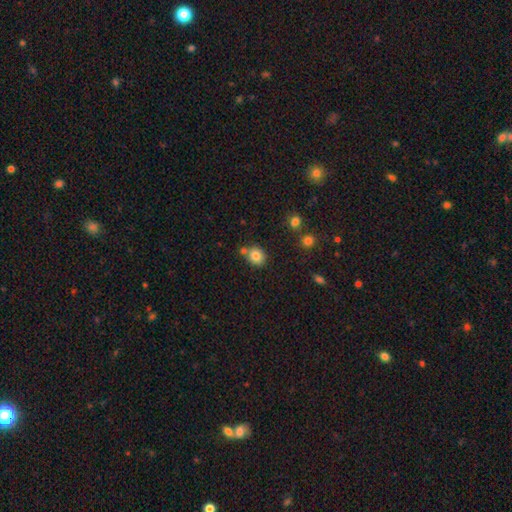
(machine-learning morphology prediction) Overall: smooth (83%). How rounded: round (77%). Merging: none (70%).